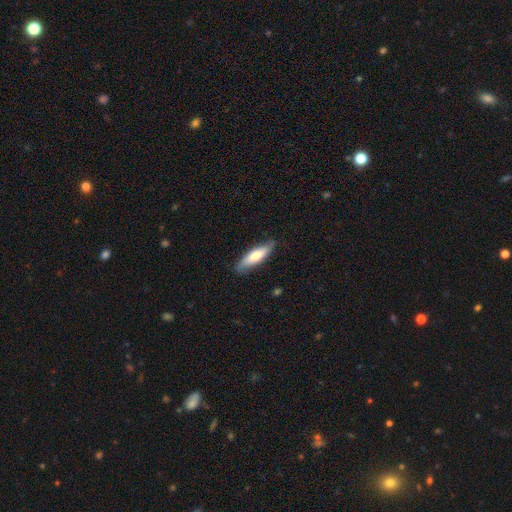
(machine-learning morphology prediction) Smooth or featured: smooth — 68% (featured or disk — 27%)
How rounded: cigar-shaped — 61% (in between — 38%)
Merging: none — 82% (minor disturbance — 14%)